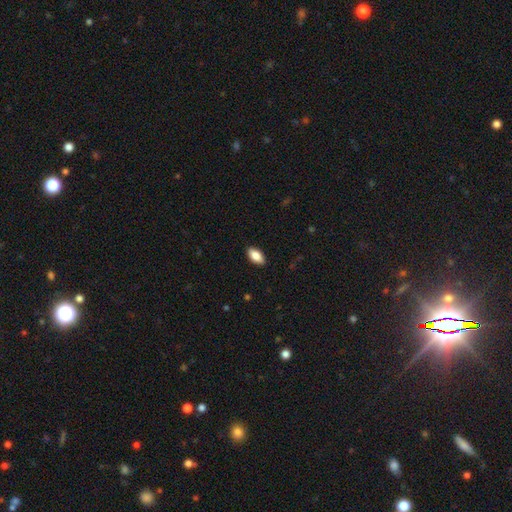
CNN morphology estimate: This appears to be a smooth galaxy with no disk features (85%) that is in between round and cigar-shaped (92%). Merging: none (89%).